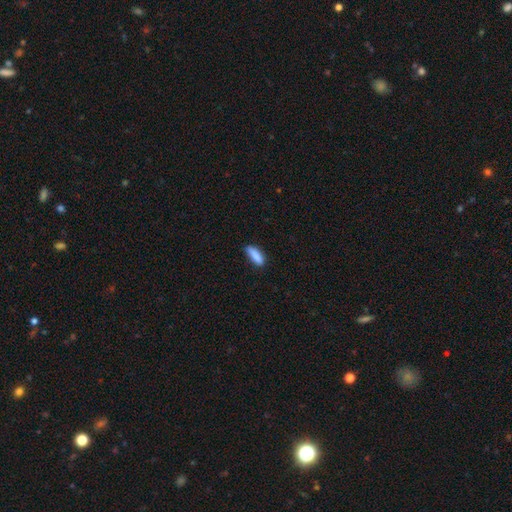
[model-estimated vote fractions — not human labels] smooth_or_featured: smooth (p=0.88) [alt: star or artifact p=0.07]
how_rounded: in between (p=0.53) [alt: cigar-shaped p=0.45]
merging: none (p=0.77) [alt: minor disturbance p=0.19]